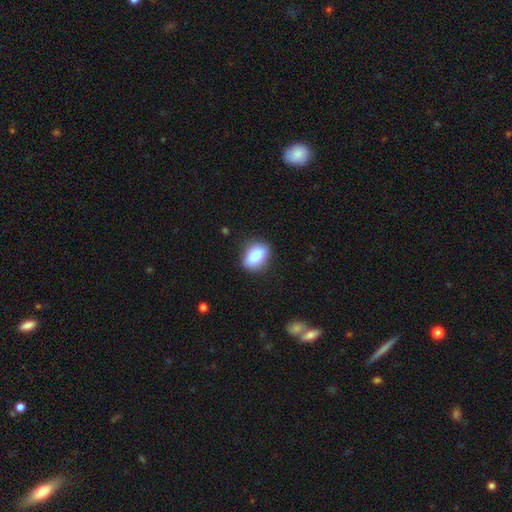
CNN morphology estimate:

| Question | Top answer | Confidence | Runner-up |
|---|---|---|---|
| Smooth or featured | smooth | 84% | featured or disk (8%) |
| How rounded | in between | 81% | round (15%) |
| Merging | none | 83% | minor disturbance (13%) |